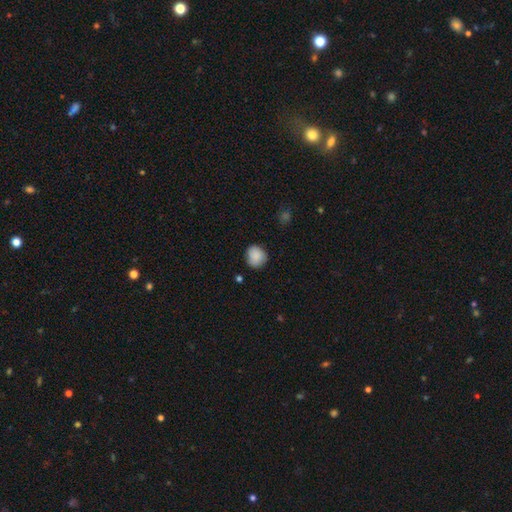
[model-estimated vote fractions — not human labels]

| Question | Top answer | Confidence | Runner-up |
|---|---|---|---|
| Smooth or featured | smooth | 87% | star or artifact (8%) |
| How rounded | round | 80% | in between (19%) |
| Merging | none | 78% | minor disturbance (17%) |